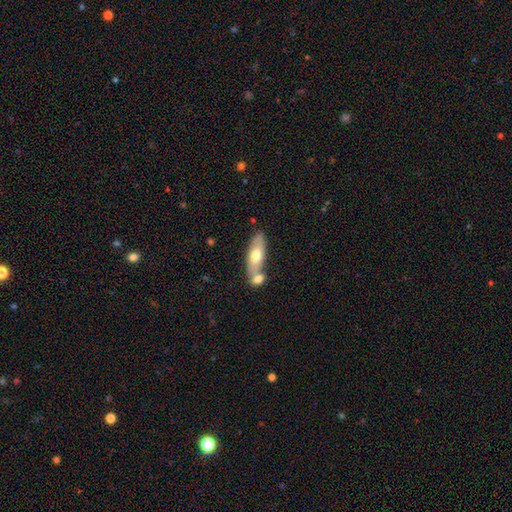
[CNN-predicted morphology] smooth_or_featured: smooth (p=0.59) [alt: featured or disk p=0.35]
how_rounded: in between (p=0.66) [alt: cigar-shaped p=0.31]
merging: none (p=0.52) [alt: merger p=0.33]